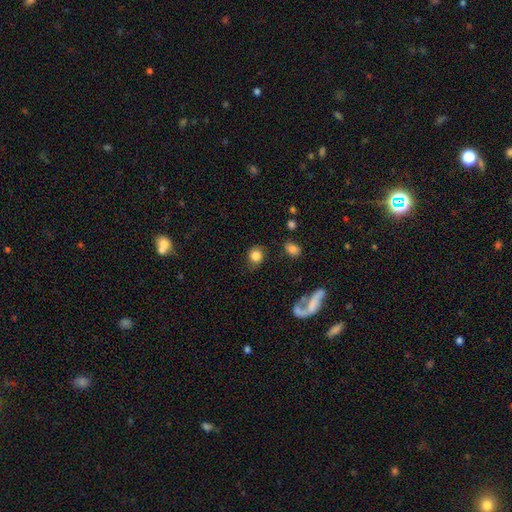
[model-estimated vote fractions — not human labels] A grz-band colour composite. It shows a smooth galaxy with no disk features (82%) that is round (74%). Merging: none (76%).